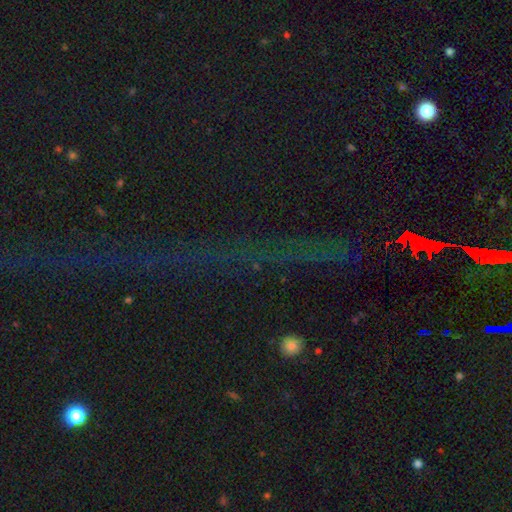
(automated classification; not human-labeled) Morphology: type=star or artifact (75%).